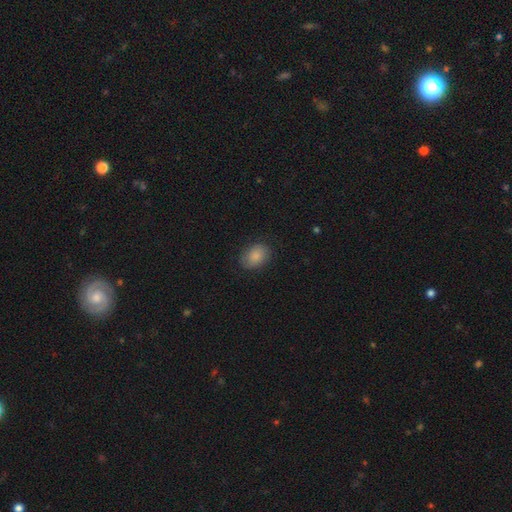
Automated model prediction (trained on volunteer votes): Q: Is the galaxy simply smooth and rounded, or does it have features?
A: smooth — 84%.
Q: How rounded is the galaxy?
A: in between — 74%.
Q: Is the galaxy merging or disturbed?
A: none — 82%.